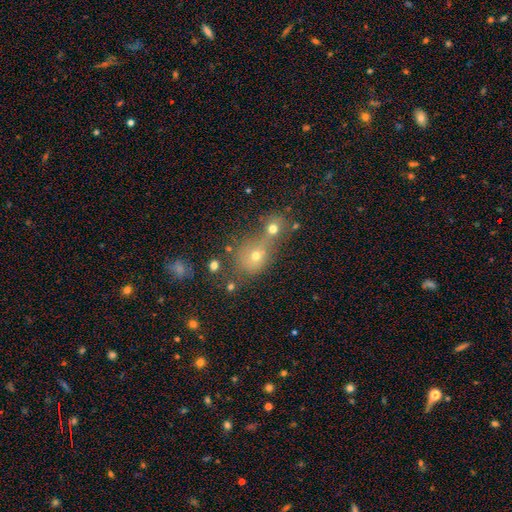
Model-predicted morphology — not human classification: This is possibly a smooth galaxy (55%). How rounded: likely round (69%). Merging: possibly none (51%).